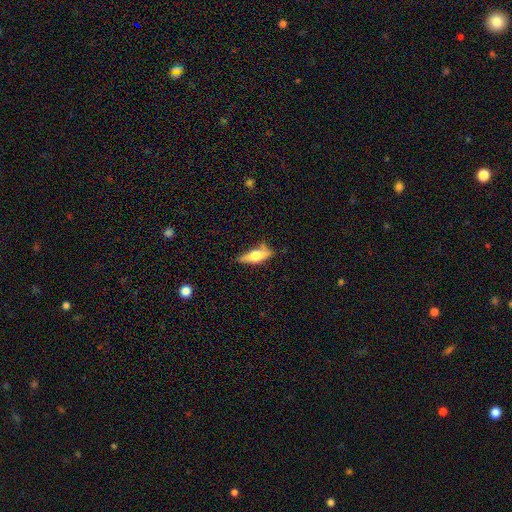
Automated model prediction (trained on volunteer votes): Smooth or featured? Predicted: smooth (p=0.59). How rounded? Predicted: in between (p=0.56). Merging? Predicted: none (p=0.56).